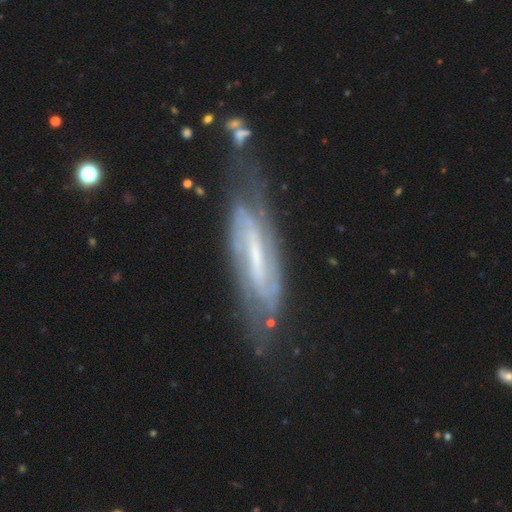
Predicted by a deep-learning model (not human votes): smooth-or-featured: featured or disk: 83% | smooth: 11% | star or artifact: 7%
  disk-edge-on: no: 80% | yes: 20%
    bar: strong: 49% | weak: 36% | no: 15%
    has-spiral-arms: yes: 92% | no: 8%
      spiral-winding: medium: 41% | tight: 40% | loose: 18%
      spiral-arm-count: 2: 68% | can't tell: 21% | 3: 4% | 1: 3% | 4: 2% | more than 4: 2%
    bulge-size: small: 48% | none: 25% | moderate: 22% | large: 4% | dominant: 1%
  merging: none: 64% | minor disturbance: 22% | major disturbance: 11% | merger: 4%